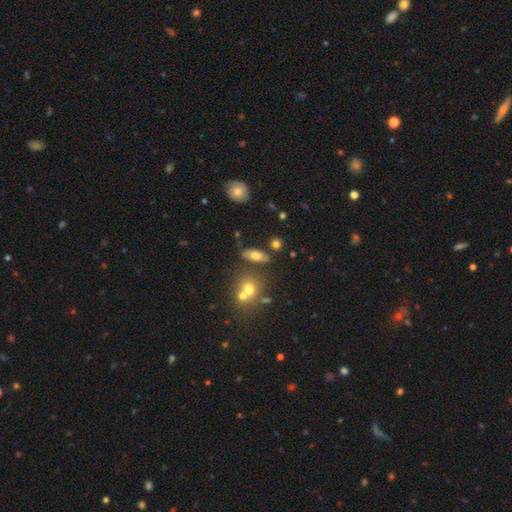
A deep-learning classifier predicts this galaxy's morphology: type=smooth (66%); roundness=in between (73%); merging=none (71%).